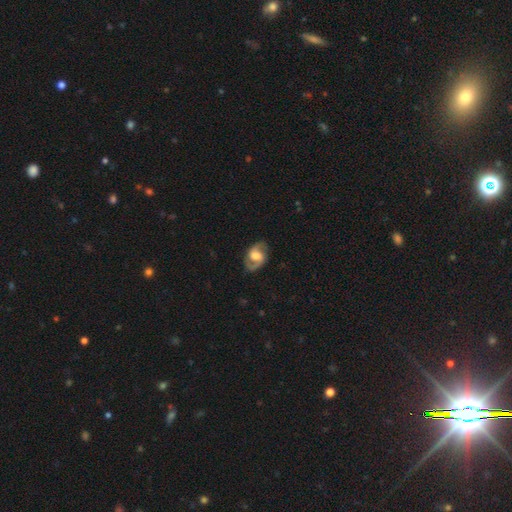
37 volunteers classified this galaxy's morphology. Smooth or featured: featured or disk — 95% (smooth — 3%)
Edge-on disk: no — 97% (yes — 3%)
Bar: weak — 44% (no — 41%)
Spiral arms: yes — 94% (no — 6%)
Spiral winding: medium — 56% (tight — 25%)
Spiral arm count: 2 — 94% (3 — 3%)
Bulge size: moderate — 44% (large — 32%)
Merging: none — 81% (minor disturbance — 17%)